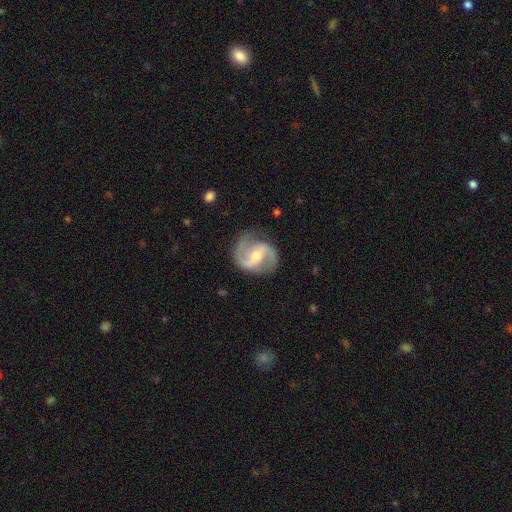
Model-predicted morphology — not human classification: A featured or disk galaxy (89%) with a weak bar (45%), 2 (92%) medium (52%) spiral arms (97%) and a moderate central bulge (49%). Merging: none (80%).